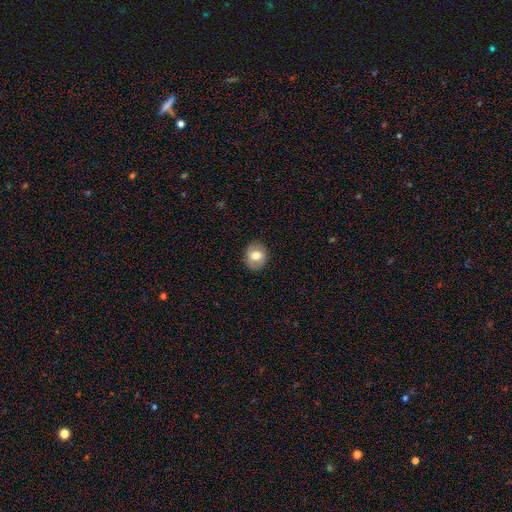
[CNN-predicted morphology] smooth-or-featured: smooth: 69% | featured or disk: 23% | star or artifact: 8%
  how-rounded: round: 65% | in between: 34% | cigar-shaped: 1%
  merging: none: 87% | minor disturbance: 10% | major disturbance: 3% | merger: 1%